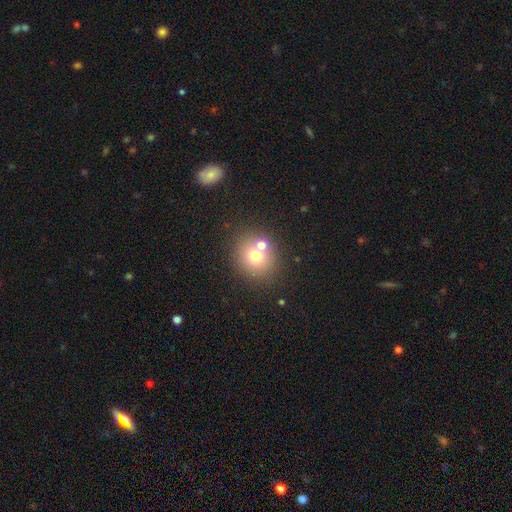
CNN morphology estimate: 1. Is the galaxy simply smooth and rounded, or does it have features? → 69% smooth, 17% featured or disk, 15% star or artifact.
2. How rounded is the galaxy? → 85% round, 14% in between, 1% cigar-shaped.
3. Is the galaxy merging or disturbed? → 64% none, 25% merger, 8% minor disturbance, 3% major disturbance.